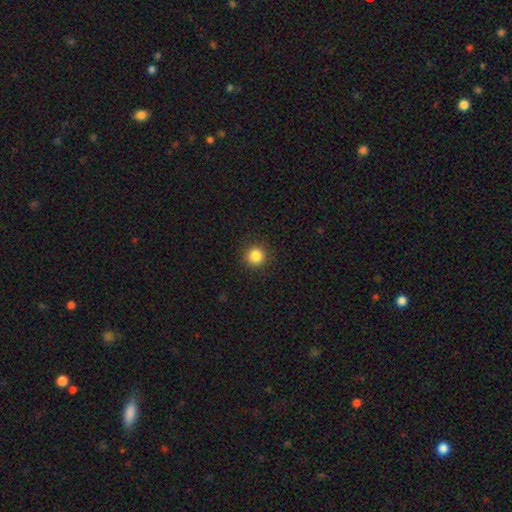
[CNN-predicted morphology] This appears to be a smooth galaxy with no disk features (85%) that is round (94%). Merging: none (92%).